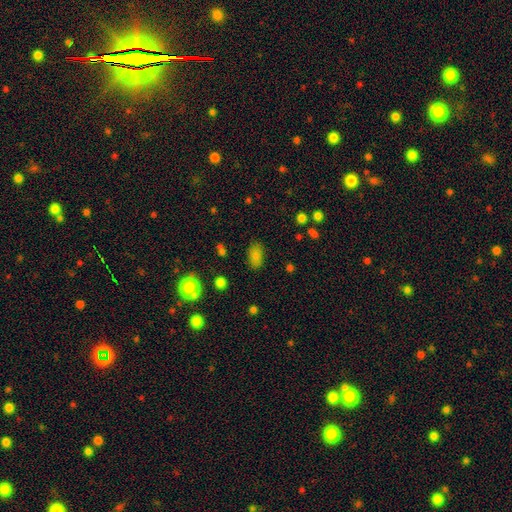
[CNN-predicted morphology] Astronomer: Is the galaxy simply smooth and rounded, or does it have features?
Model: smooth — 82%.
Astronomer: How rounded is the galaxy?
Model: in between — 91%.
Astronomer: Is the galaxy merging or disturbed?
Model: none — 82%.